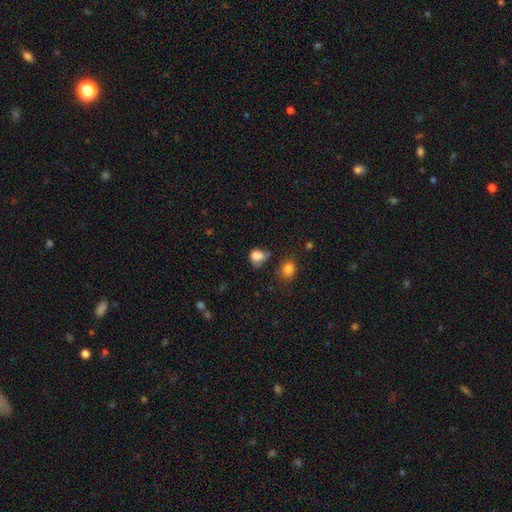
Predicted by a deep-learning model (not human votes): Morphology: type=smooth (80%); roundness=round (50%); merging=none (38%).